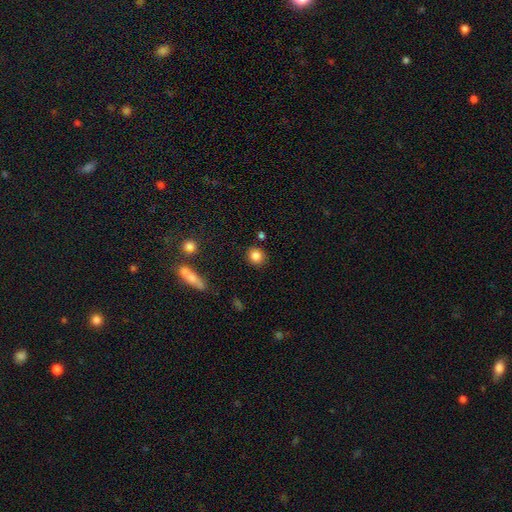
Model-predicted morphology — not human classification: The model was most divided on "how rounded": round: 85%, in between: 14%, cigar-shaped: 1%. More confident: merging — none (84%); smooth or featured — smooth (84%).